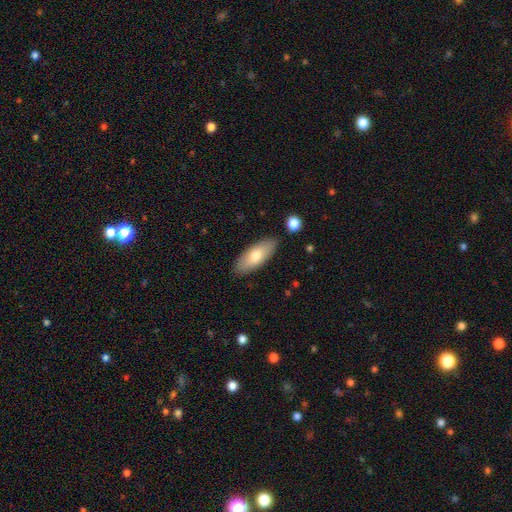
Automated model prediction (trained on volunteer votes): Overall: smooth (72%). How rounded: in between (77%). Merging: none (86%).